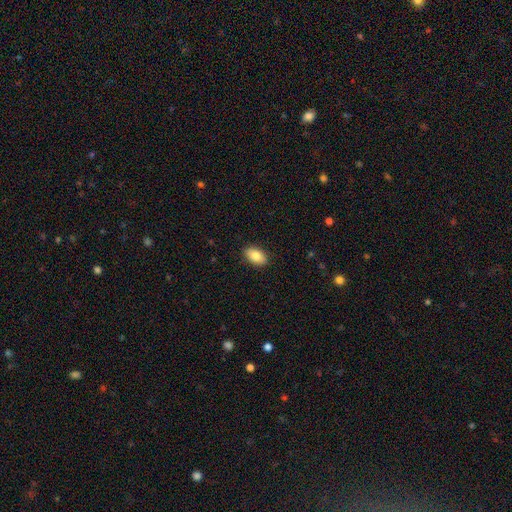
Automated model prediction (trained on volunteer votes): The model was most divided on "smooth or featured": smooth: 83%, featured or disk: 10%, star or artifact: 7%. More confident: how rounded — in between (91%); merging — none (88%).